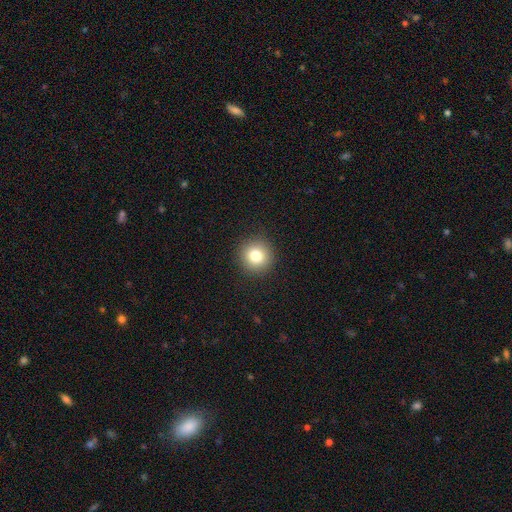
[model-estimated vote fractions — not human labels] Q: Smooth or featured?
A: smooth (80%); runner-up: star or artifact (11%)
Q: How rounded?
A: round (95%); runner-up: in between (5%)
Q: Merging?
A: none (92%); runner-up: minor disturbance (5%)